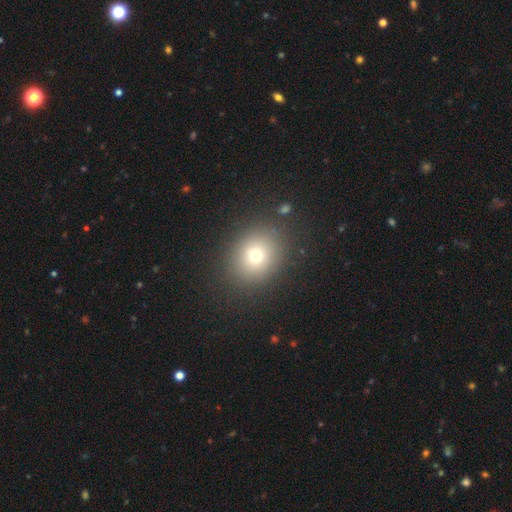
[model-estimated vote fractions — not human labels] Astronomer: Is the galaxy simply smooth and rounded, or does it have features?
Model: smooth — 72%.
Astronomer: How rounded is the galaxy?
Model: round — 65%.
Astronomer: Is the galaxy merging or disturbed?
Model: none — 87%.